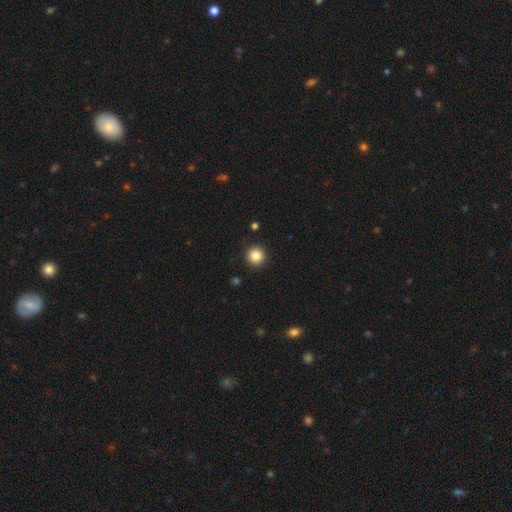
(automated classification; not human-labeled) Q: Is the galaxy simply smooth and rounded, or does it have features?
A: smooth — 86%.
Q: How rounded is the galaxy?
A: round — 95%.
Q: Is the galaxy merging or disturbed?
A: none — 92%.